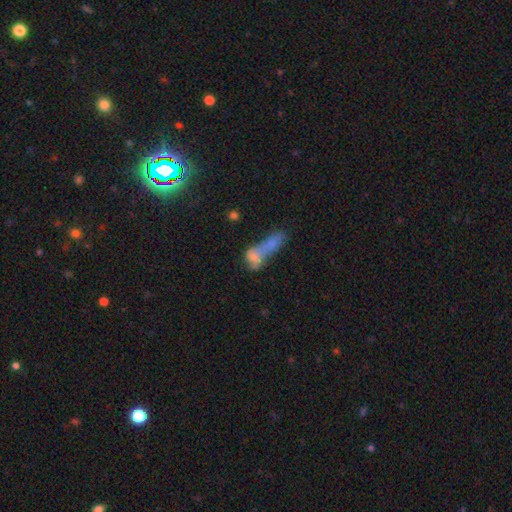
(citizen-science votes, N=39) This appears to be a smooth galaxy with no disk features (67%) that is in between round and cigar-shaped (42%). Merging: merger (33%).